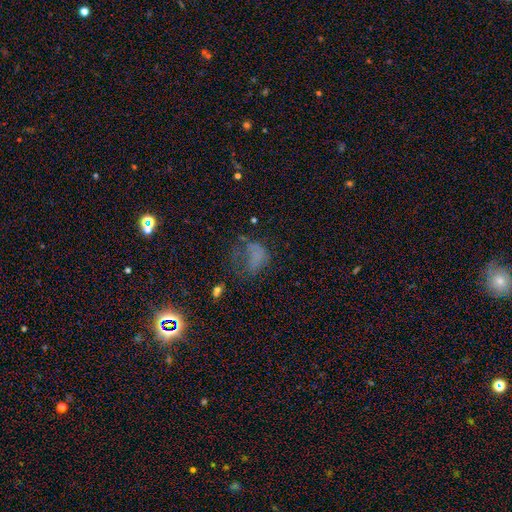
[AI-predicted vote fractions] Overall: smooth (48%; featured or disk 27%). Merging: major disturbance (44%; none 30%).